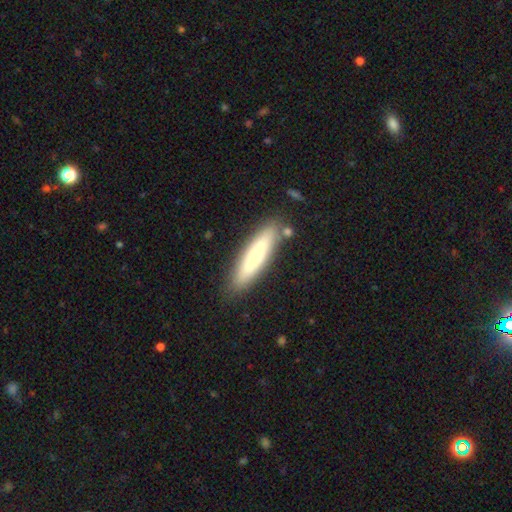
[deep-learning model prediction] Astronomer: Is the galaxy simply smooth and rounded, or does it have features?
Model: smooth — 60%.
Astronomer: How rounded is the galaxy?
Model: cigar-shaped — 76%.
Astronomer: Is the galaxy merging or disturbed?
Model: none — 83%.